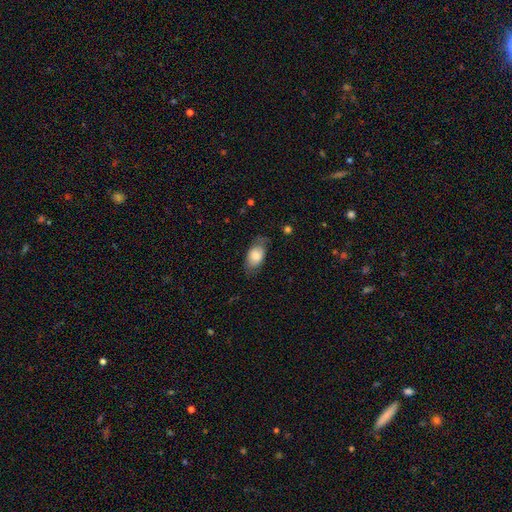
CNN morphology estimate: Overall: smooth (77%). How rounded: in between (90%). Merging: none (69%).